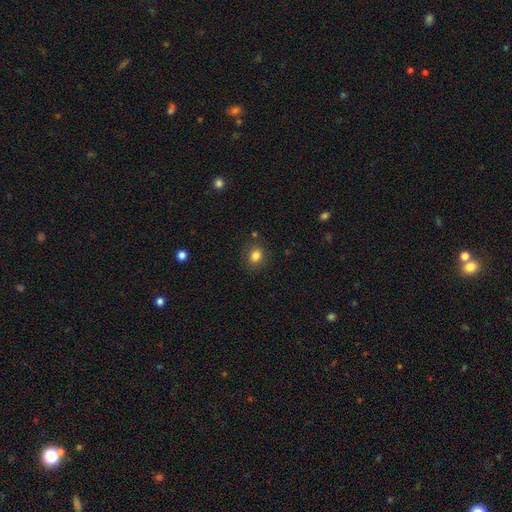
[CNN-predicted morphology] A smooth galaxy with no disk features (83%) that is round (59%). Merging: none (83%).